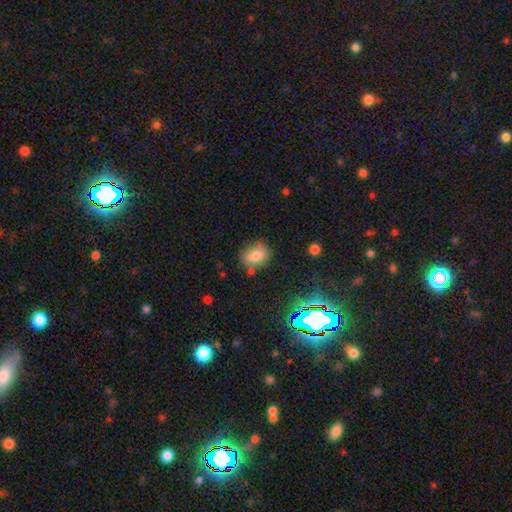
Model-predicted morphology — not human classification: Smooth or featured? smooth (78%)
How rounded? in between (51%)
Merging? none (73%)